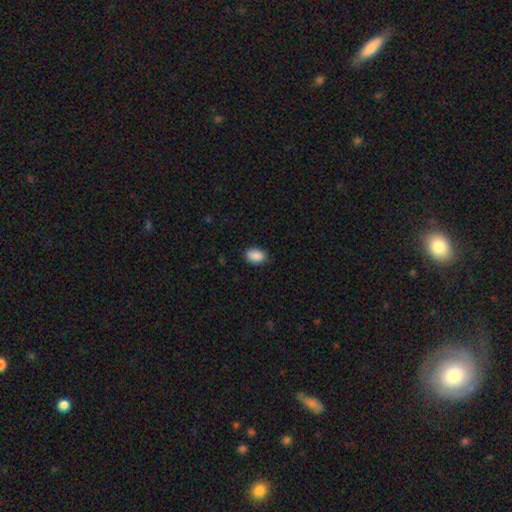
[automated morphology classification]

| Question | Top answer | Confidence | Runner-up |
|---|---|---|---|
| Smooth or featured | smooth | 90% | star or artifact (7%) |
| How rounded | in between | 86% | round (13%) |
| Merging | none | 85% | minor disturbance (11%) |